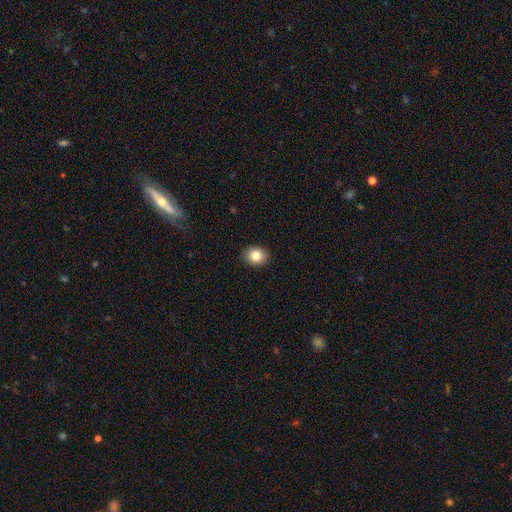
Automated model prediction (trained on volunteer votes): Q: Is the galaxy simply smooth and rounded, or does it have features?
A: smooth — 84%.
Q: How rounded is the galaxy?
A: round — 60%.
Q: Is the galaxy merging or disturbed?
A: none — 91%.